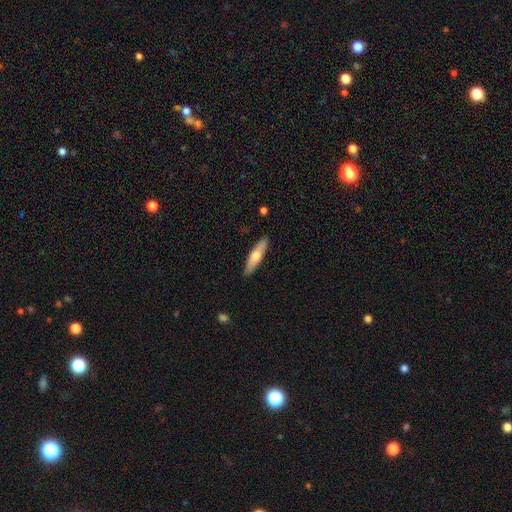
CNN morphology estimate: smooth-or-featured: smooth: 60% | featured or disk: 35% | star or artifact: 5%
  how-rounded: cigar-shaped: 71% | in between: 27% | round: 2%
  merging: none: 89% | minor disturbance: 8% | major disturbance: 2% | merger: 1%